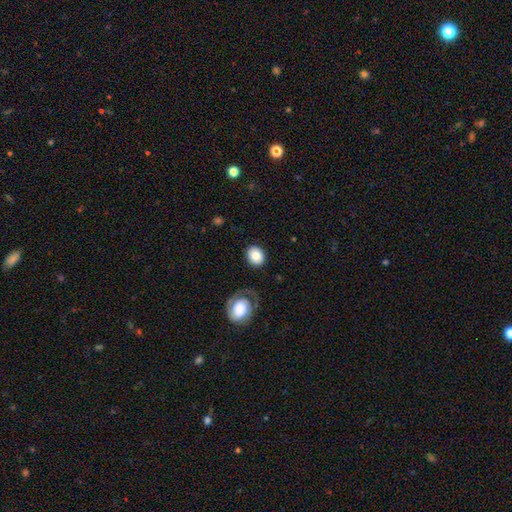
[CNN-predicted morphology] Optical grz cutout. It shows a smooth galaxy with no disk features (82%) that is round (63%). Merging: none (84%).